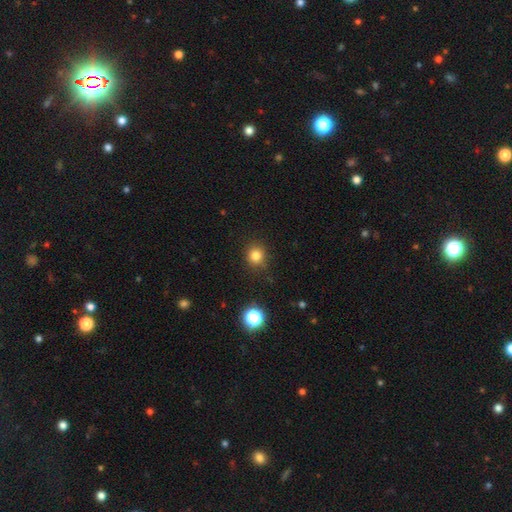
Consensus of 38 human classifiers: This is clearly a smooth galaxy (92%). How rounded: clearly round (97%). Merging: clearly none (89%).